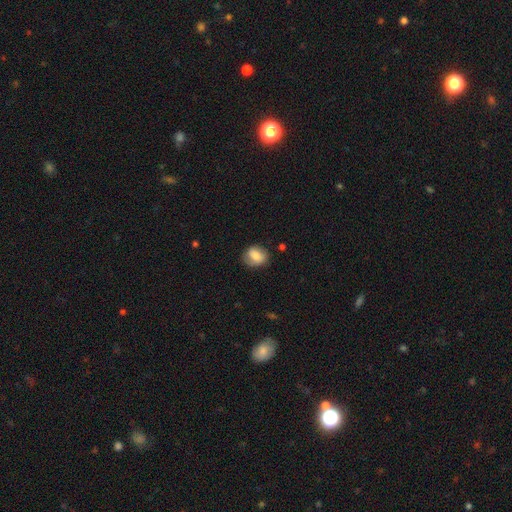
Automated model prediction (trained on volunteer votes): smooth 73%, featured or disk 19%, star or artifact 8%. Down the decision tree: how rounded — round (56%); merging — none (75%).